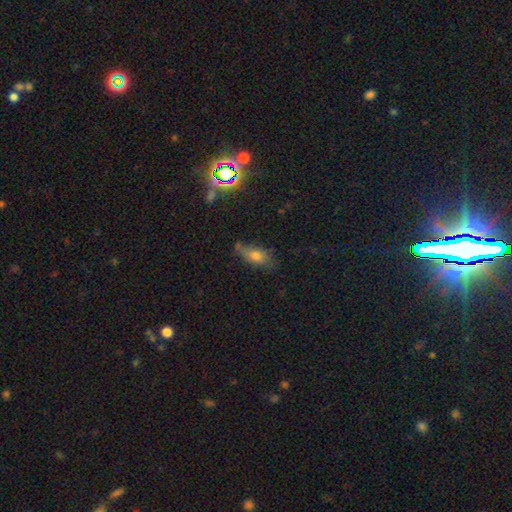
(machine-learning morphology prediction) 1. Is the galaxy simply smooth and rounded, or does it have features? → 66% smooth, 20% featured or disk, 14% star or artifact.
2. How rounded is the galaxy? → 79% in between, 14% cigar-shaped, 7% round.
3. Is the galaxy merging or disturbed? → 55% none, 29% minor disturbance, 10% major disturbance, 6% merger.